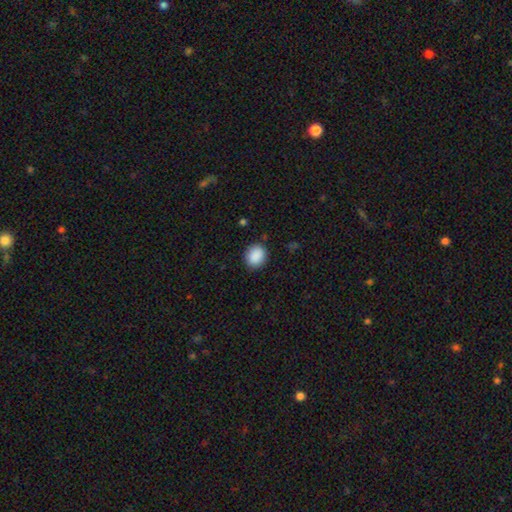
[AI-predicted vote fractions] Q: Smooth or featured?
A: smooth (89%); runner-up: star or artifact (8%)
Q: How rounded?
A: round (68%); runner-up: in between (31%)
Q: Merging?
A: none (87%); runner-up: minor disturbance (9%)